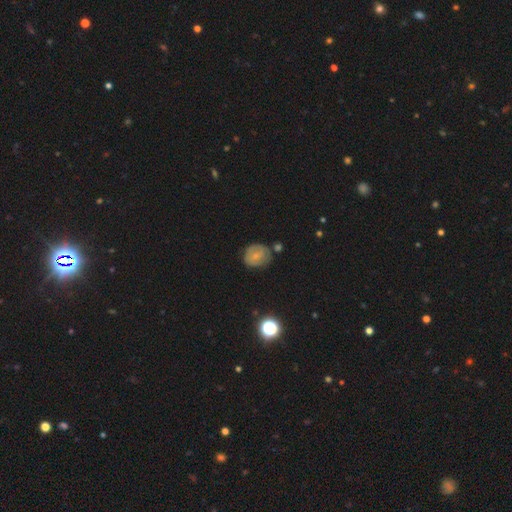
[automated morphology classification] This is likely a smooth galaxy (64%). How rounded: likely round (66%). Merging: likely none (62%).